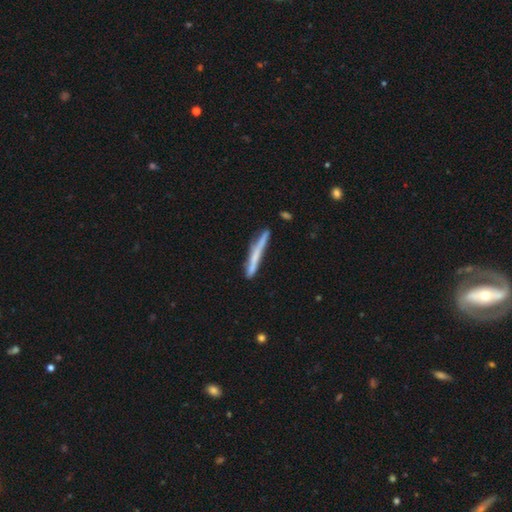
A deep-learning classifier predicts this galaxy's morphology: A smooth galaxy with no disk features (54%) that is cigar-shaped (96%). Merging: none (77%).